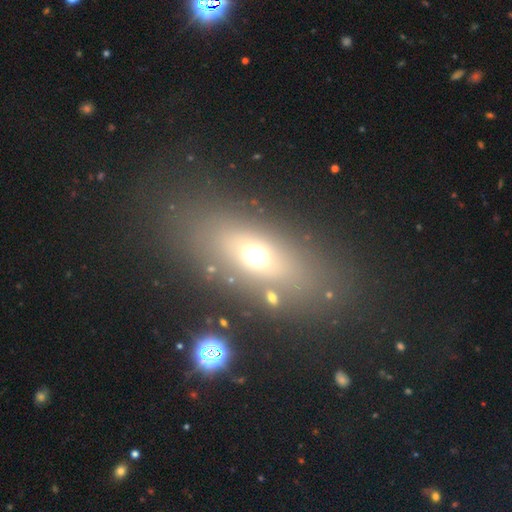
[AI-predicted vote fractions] The model was most divided on "smooth or featured": smooth: 59%, featured or disk: 21%, star or artifact: 20%. More confident: merging — none (78%); how rounded — in between (71%).